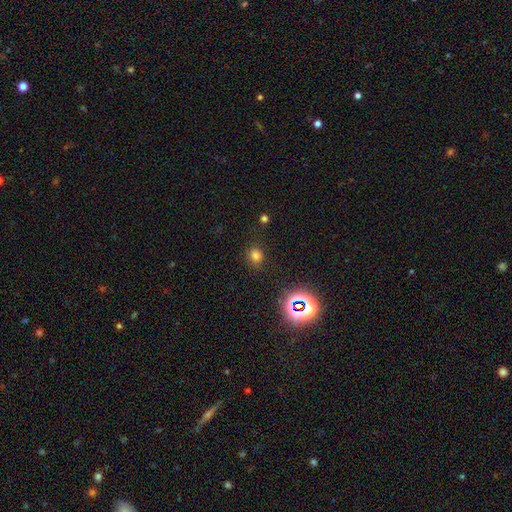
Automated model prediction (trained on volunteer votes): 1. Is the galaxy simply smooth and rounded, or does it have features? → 70% smooth, 24% star or artifact, 6% featured or disk.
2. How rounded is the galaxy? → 70% round, 29% in between, 1% cigar-shaped.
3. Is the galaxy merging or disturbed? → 81% none, 12% minor disturbance, 4% major disturbance, 2% merger.